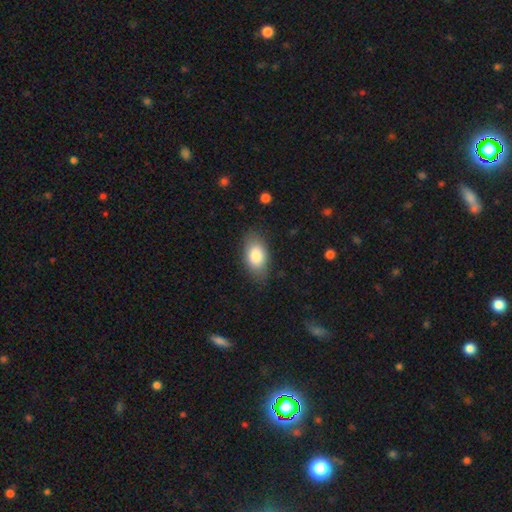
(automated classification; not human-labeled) Overall: smooth (83%). How rounded: in between (92%). Merging: none (79%).